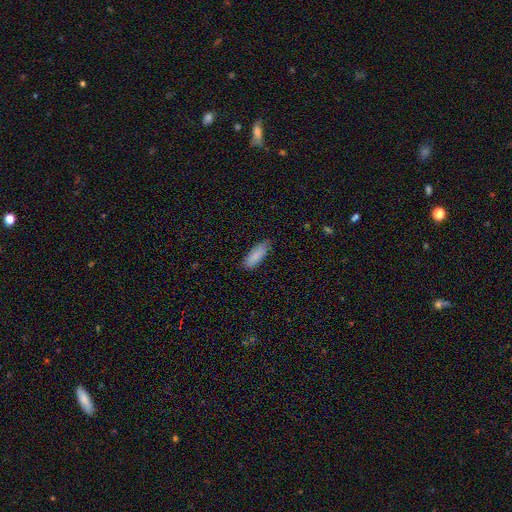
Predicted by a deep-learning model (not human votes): This appears to be a smooth galaxy with no disk features (87%) that is in between round and cigar-shaped (71%). Merging: none (78%).